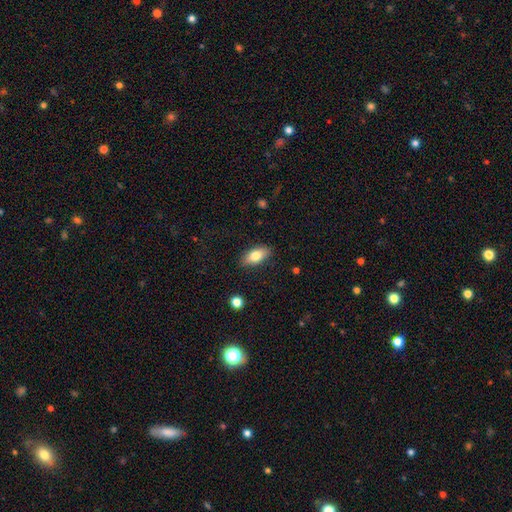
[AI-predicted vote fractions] Smooth or featured? smooth (79%)
How rounded? in between (88%)
Merging? none (86%)